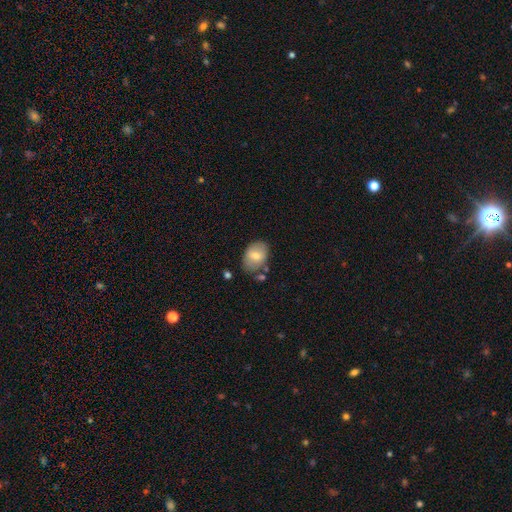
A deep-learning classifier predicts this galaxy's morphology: Q: Smooth or featured?
A: smooth (70%); runner-up: featured or disk (23%)
Q: How rounded?
A: in between (80%); runner-up: round (19%)
Q: Merging?
A: none (69%); runner-up: minor disturbance (19%)